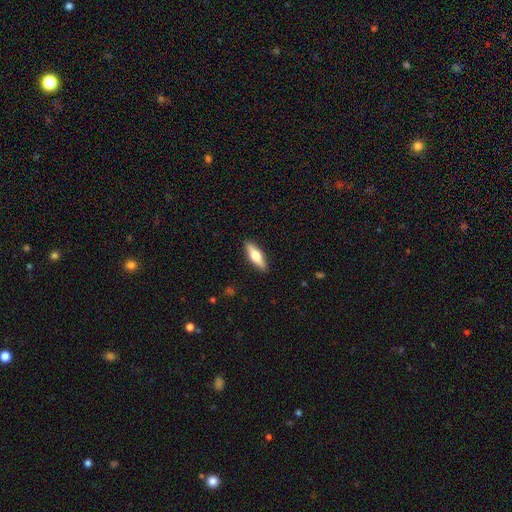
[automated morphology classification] type=smooth (55%); roundness=in between (49%); merging=none (90%).